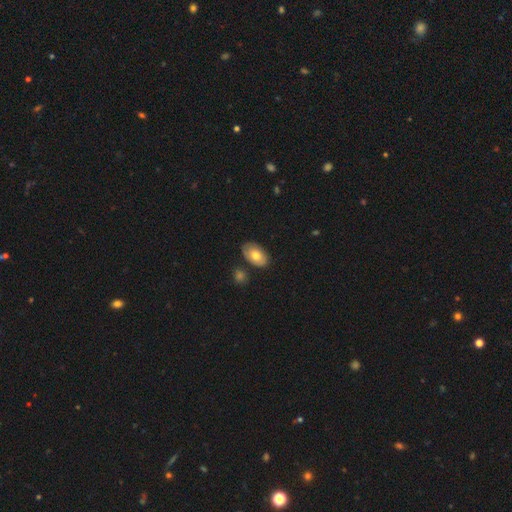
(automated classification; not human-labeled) Q: Smooth or featured?
A: smooth (74%); runner-up: featured or disk (20%)
Q: How rounded?
A: in between (93%); runner-up: round (6%)
Q: Merging?
A: none (77%); runner-up: minor disturbance (14%)